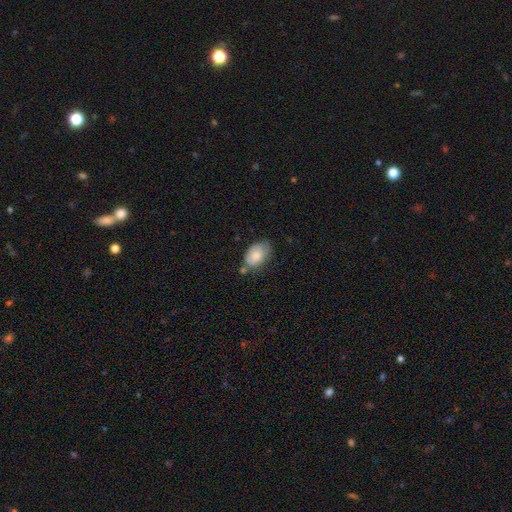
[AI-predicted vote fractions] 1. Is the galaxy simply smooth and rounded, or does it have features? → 78% smooth, 16% featured or disk, 7% star or artifact.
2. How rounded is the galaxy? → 89% in between, 10% round, 1% cigar-shaped.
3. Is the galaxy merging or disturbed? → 51% none, 33% minor disturbance, 8% major disturbance, 8% merger.